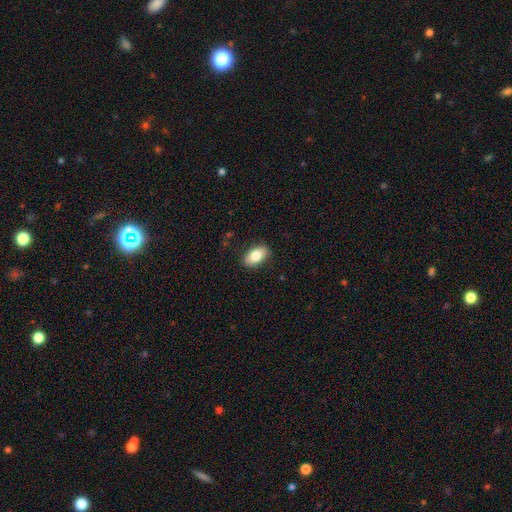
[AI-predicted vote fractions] Smooth or featured? smooth (83%)
How rounded? in between (92%)
Merging? none (88%)